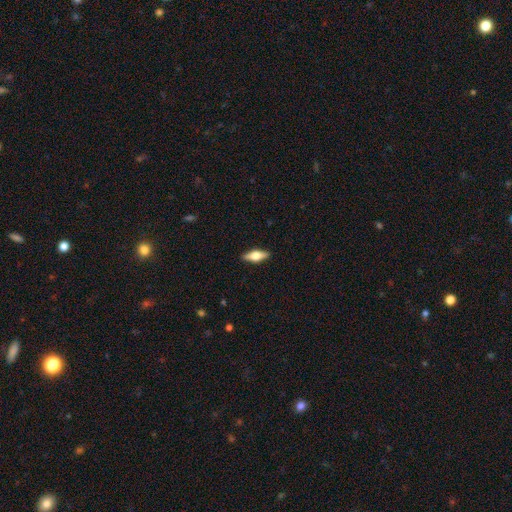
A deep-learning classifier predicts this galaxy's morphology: smooth 47%, featured or disk 46%, star or artifact 6%. Down the decision tree: merging — none (89%).